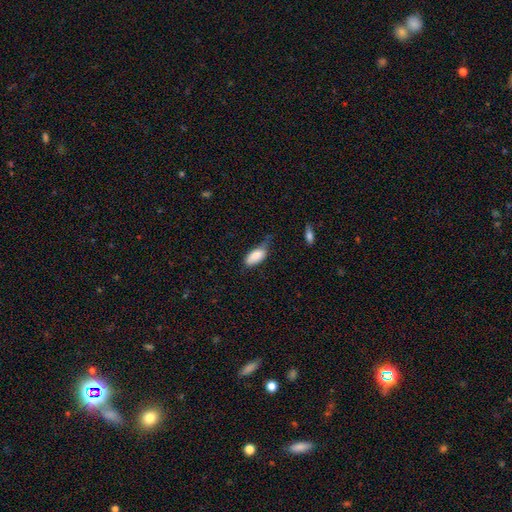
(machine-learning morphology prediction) Smooth or featured? smooth (84%)
How rounded? in between (91%)
Merging? minor disturbance (43%)